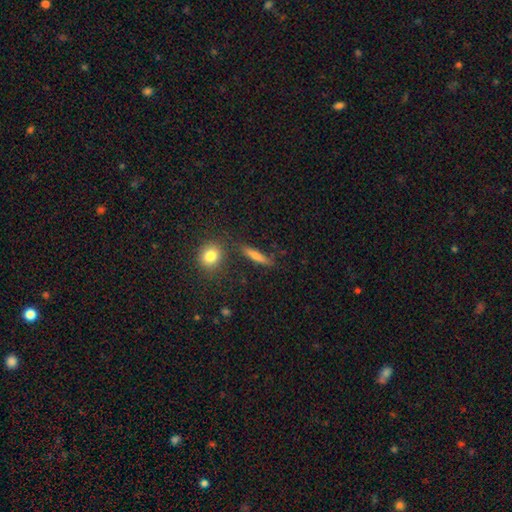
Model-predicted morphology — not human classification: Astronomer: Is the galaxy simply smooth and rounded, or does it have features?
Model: smooth — 69%.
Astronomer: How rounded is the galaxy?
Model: cigar-shaped — 82%.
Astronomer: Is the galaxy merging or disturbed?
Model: none — 82%.